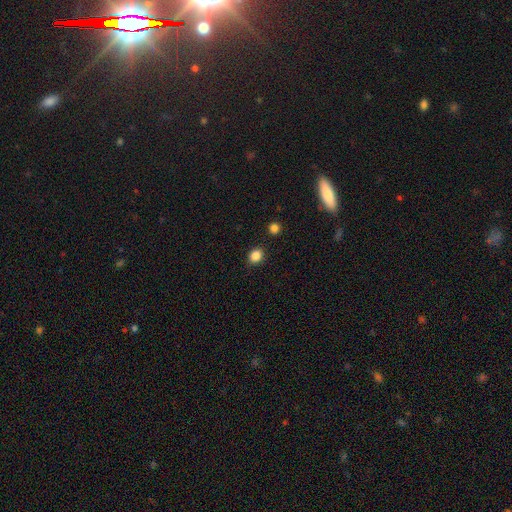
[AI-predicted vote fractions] Smooth or featured? smooth (85%)
How rounded? round (64%)
Merging? none (87%)